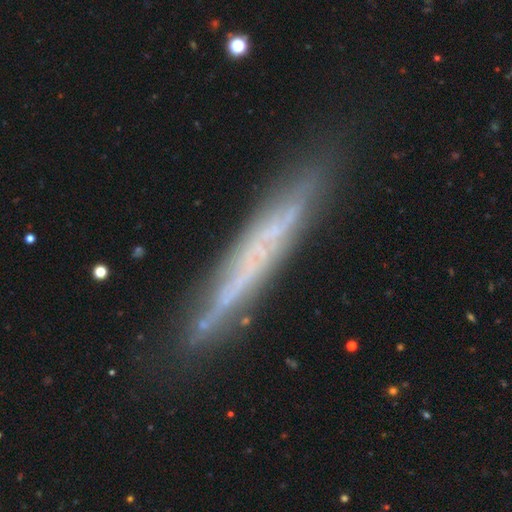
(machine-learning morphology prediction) smooth-or-featured: featured or disk: 61% | smooth: 30% | star or artifact: 9%
  disk-edge-on: yes: 90% | no: 10%
    edge-on-bulge: none: 87% | rounded: 7% | boxy: 6%
  merging: none: 81% | minor disturbance: 14% | major disturbance: 3% | merger: 2%